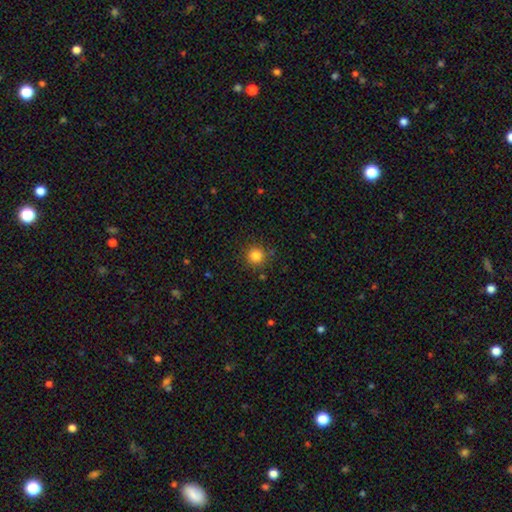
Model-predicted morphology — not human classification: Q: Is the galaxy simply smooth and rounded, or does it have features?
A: smooth — 83%.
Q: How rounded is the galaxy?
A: round — 94%.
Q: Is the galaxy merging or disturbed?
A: none — 87%.